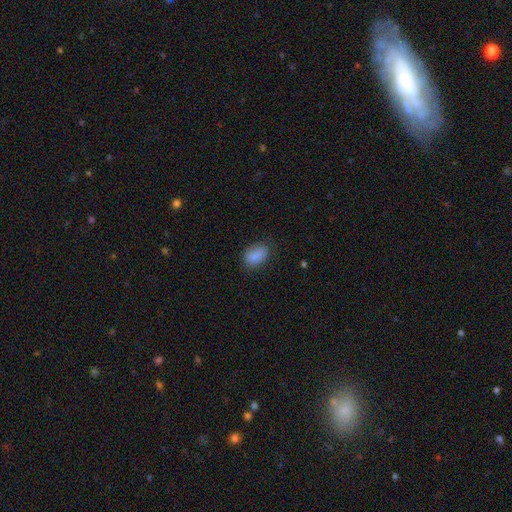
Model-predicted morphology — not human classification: Smooth or featured: smooth — 87% (star or artifact — 8%)
How rounded: in between — 86% (round — 12%)
Merging: none — 78% (minor disturbance — 17%)